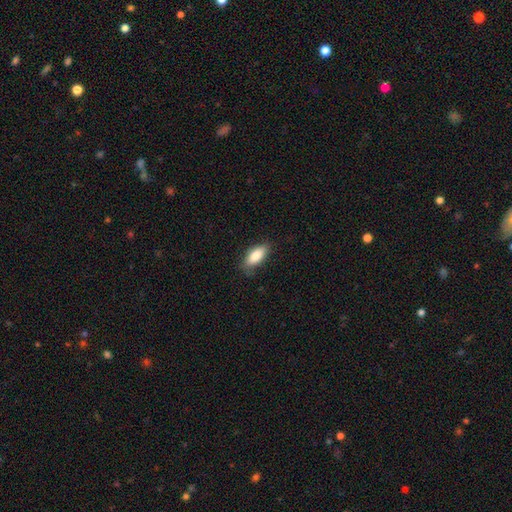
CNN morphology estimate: This appears to be a smooth galaxy with no disk features (82%) that is in between round and cigar-shaped (81%). Merging: none (77%).